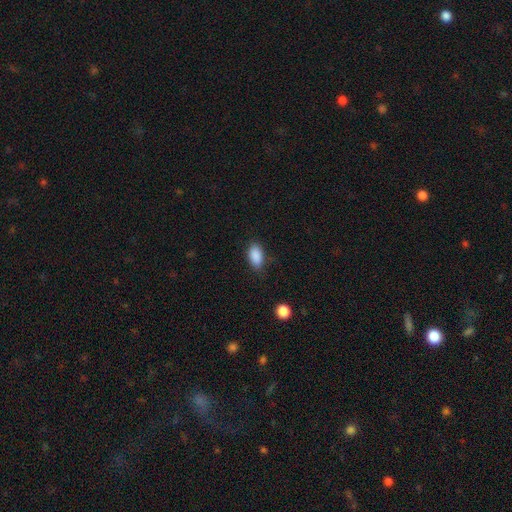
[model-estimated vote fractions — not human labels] The model was most divided on "merging": none: 81%, minor disturbance: 14%, major disturbance: 3%, merger: 1%. More confident: how rounded — in between (91%); smooth or featured — smooth (89%).